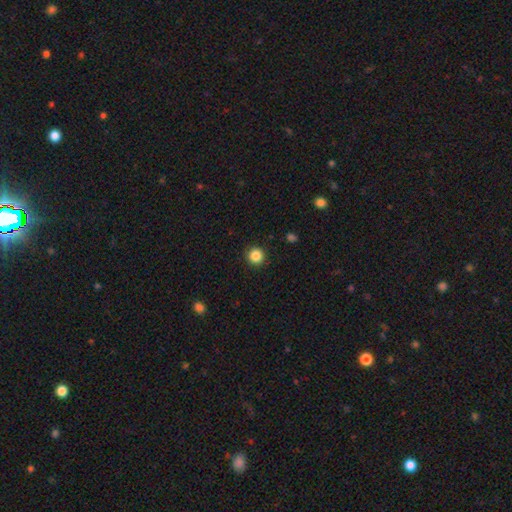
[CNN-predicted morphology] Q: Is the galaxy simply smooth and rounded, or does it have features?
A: smooth — 85%.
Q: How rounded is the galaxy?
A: round — 95%.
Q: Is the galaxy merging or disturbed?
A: none — 92%.